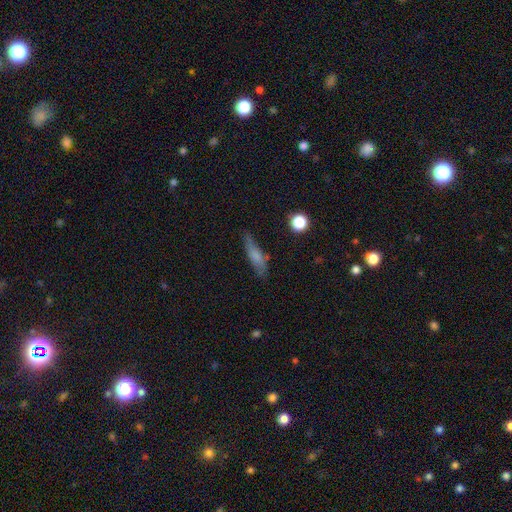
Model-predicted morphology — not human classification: type=smooth (68%); roundness=cigar-shaped (64%); merging=none (68%).